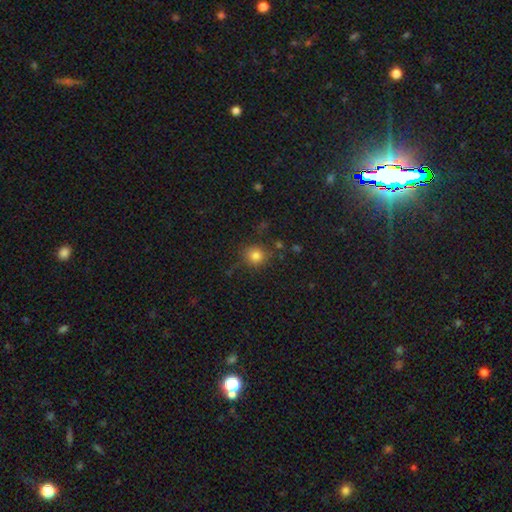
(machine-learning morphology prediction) smooth_or_featured: smooth (p=0.80) [alt: star or artifact p=0.14]
how_rounded: round (p=0.86) [alt: in between p=0.13]
merging: none (p=0.81) [alt: minor disturbance p=0.12]